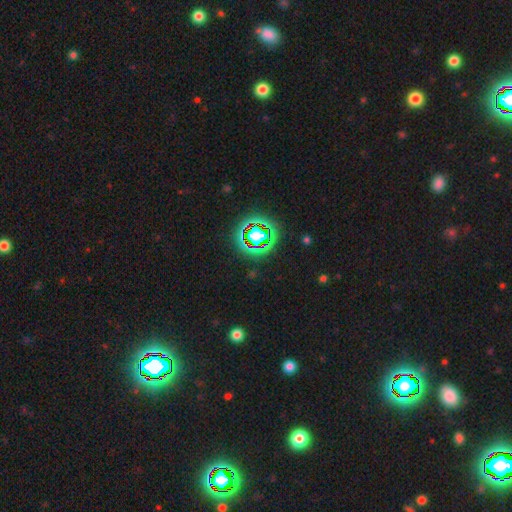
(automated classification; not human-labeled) This is likely a star or artifact rather than a galaxy (79%).